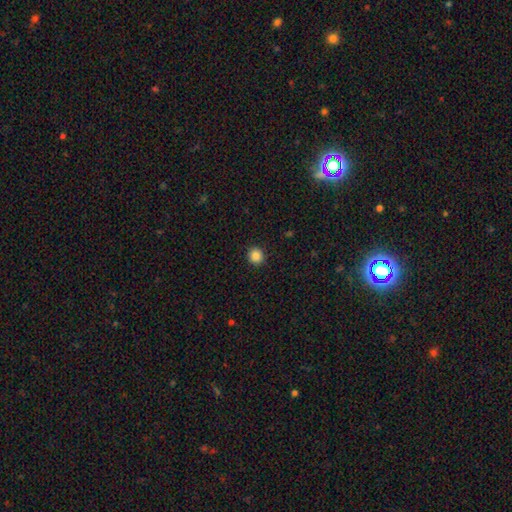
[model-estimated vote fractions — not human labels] This appears to be a smooth galaxy with no disk features (87%) that is round (91%). Merging: none (92%).